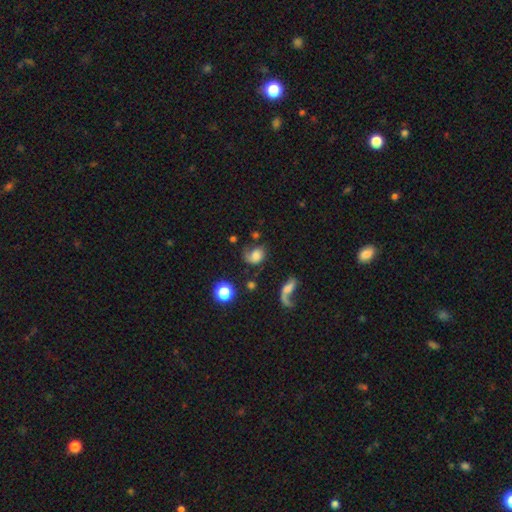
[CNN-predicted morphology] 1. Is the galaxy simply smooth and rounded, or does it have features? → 49% smooth, 39% featured or disk, 11% star or artifact.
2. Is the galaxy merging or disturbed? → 35% none, 34% major disturbance, 20% minor disturbance, 11% merger.